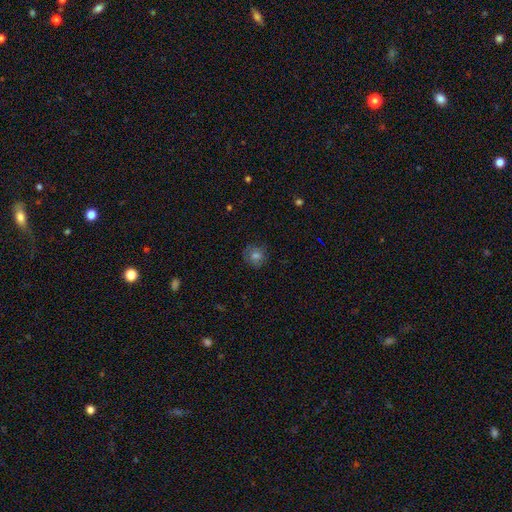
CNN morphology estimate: A smooth galaxy with no disk features (72%) that is round (88%). Merging: none (82%).